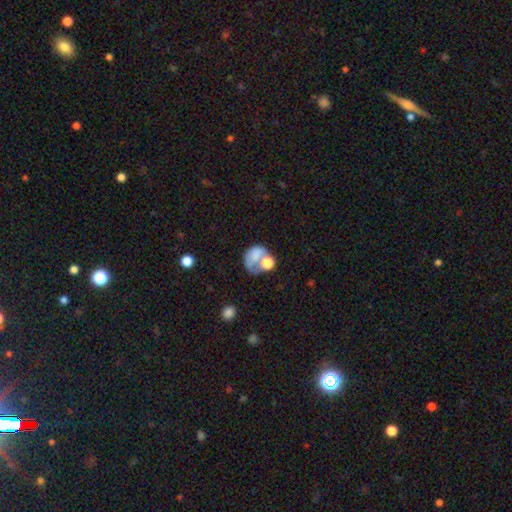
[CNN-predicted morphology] Smooth or featured? smooth (62%)
How rounded? in between (53%)
Merging? merger (35%)